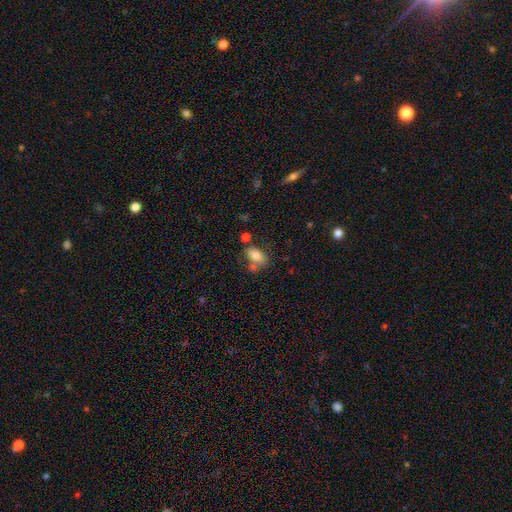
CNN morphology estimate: Smooth or featured?
  - smooth: 77% *
  - featured or disk: 14%
  - star or artifact: 9%
How rounded?
  - in between: 88% *
  - round: 9%
  - cigar-shaped: 3%
Merging?
  - none: 57% *
  - merger: 20%
  - minor disturbance: 17%
  - major disturbance: 6%